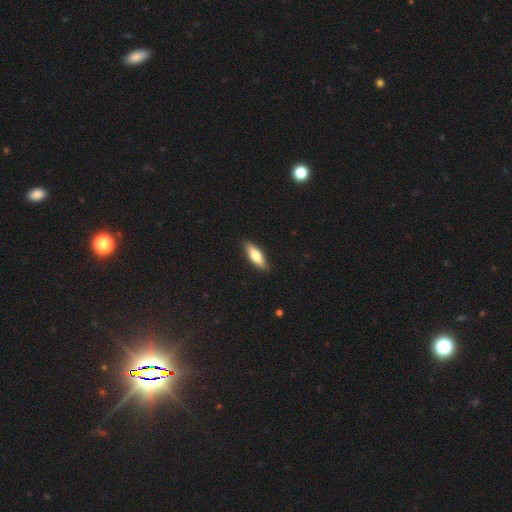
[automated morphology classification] This appears to be a smooth galaxy with no disk features (68%) that is in between round and cigar-shaped (49%). Merging: none (88%).